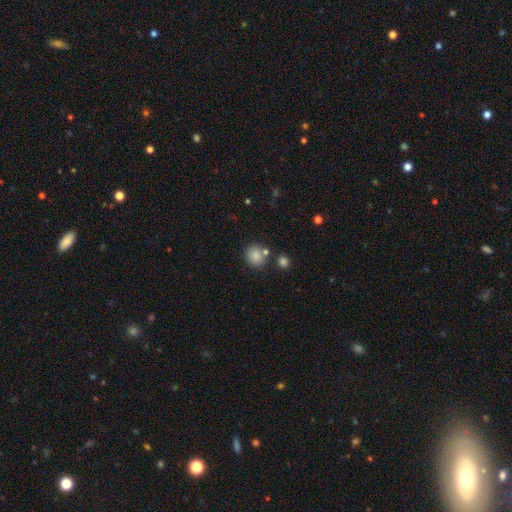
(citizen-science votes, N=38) Smooth or featured? smooth (89%)
How rounded? in between (50%)
Merging? none (63%)